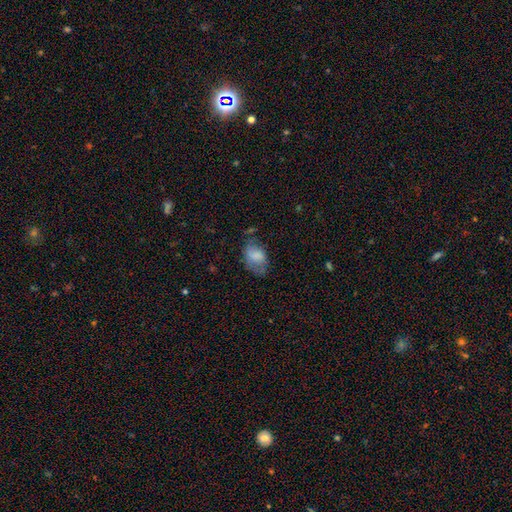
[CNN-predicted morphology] A smooth galaxy with no disk features (72%) that is in between round and cigar-shaped (86%). Merging: none (47%).